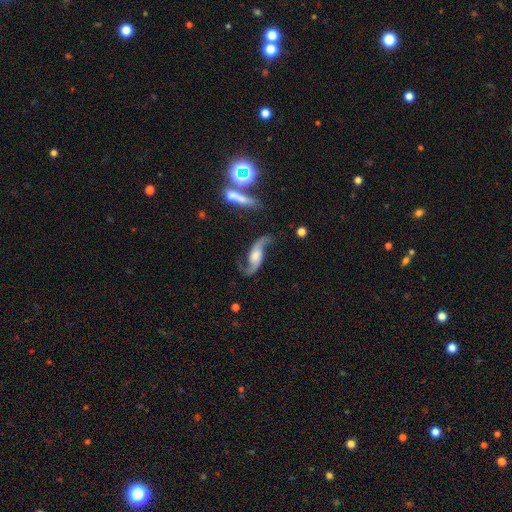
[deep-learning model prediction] This is clearly a featured or disk galaxy (88%). It is clearly not viewed edge-on (93%). Bar: possibly no (53%). Spiral arm pattern: clearly yes (97%). Spiral arm count: clearly 2 (94%). Spiral winding: likely loose (79%). Central bulge: marginally moderate (39%). Merging: likely none (71%).